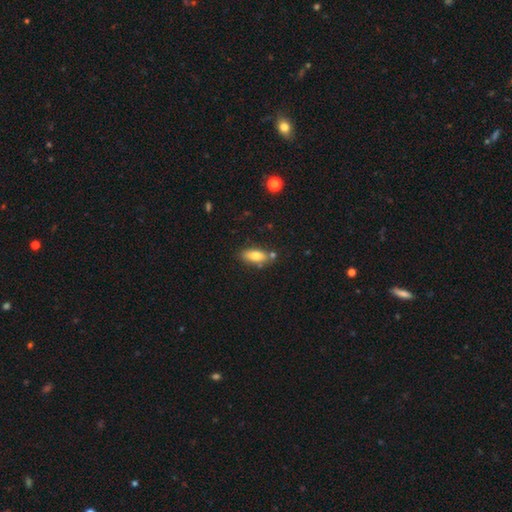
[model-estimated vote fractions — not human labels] A smooth galaxy with no disk features (79%) that is in between round and cigar-shaped (82%). Merging: none (71%).